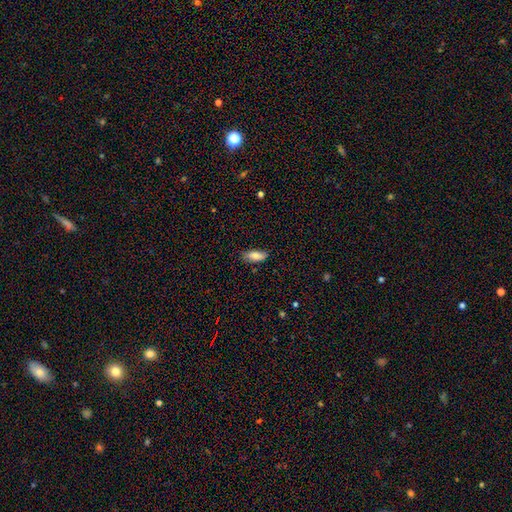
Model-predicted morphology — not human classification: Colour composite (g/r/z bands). It shows a smooth galaxy with no disk features (81%) that is in between round and cigar-shaped (78%). Merging: none (80%).